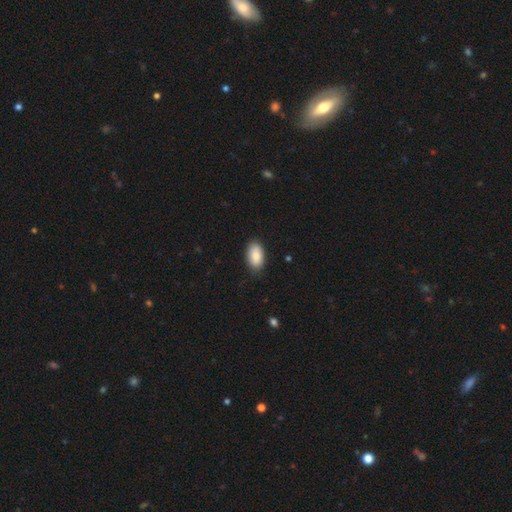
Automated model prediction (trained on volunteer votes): smooth-or-featured: smooth: 87% | featured or disk: 7% | star or artifact: 6%
  how-rounded: in between: 94% | round: 4% | cigar-shaped: 2%
  merging: none: 85% | minor disturbance: 12% | major disturbance: 2% | merger: 1%